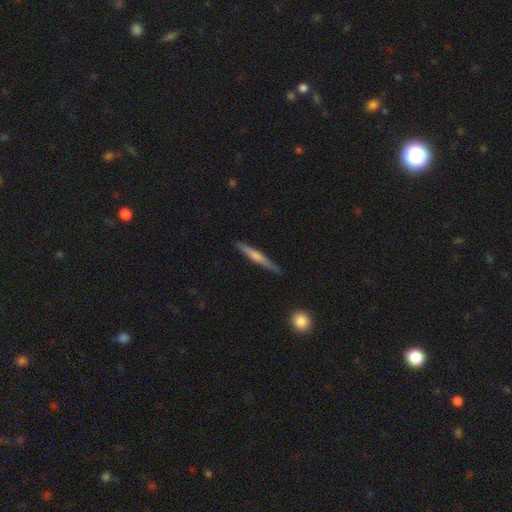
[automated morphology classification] A featured or disk galaxy (60%) viewed edge-on (97%) with a rounded central bulge (61%).

Vote fractions:
- Smooth or featured? featured or disk: 60% / smooth: 34% / star or artifact: 6%
- Edge-on disk? yes: 97% / no: 3%
- Edge-on bulge? rounded: 61% / none: 23% / boxy: 15%
- Merging? none: 88% / minor disturbance: 9% / major disturbance: 2% / merger: 1%